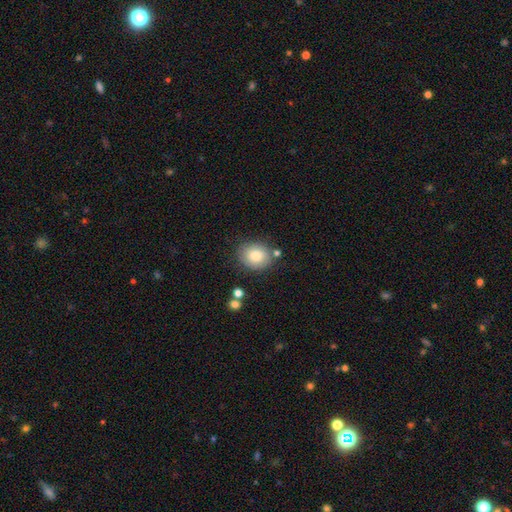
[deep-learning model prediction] Morphology: type=smooth (82%); roundness=round (63%); merging=none (77%).